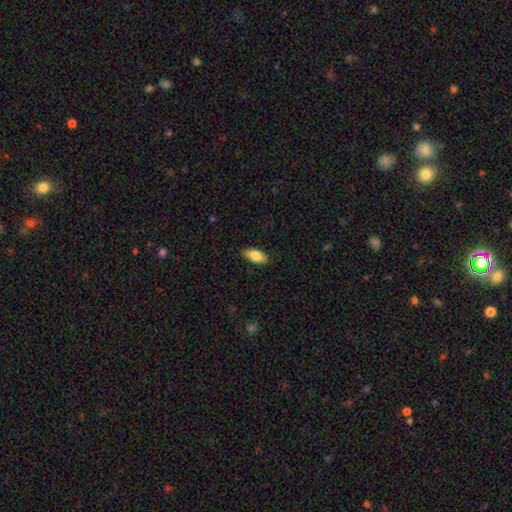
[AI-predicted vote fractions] Smooth or featured? smooth (83%)
How rounded? in between (90%)
Merging? none (87%)